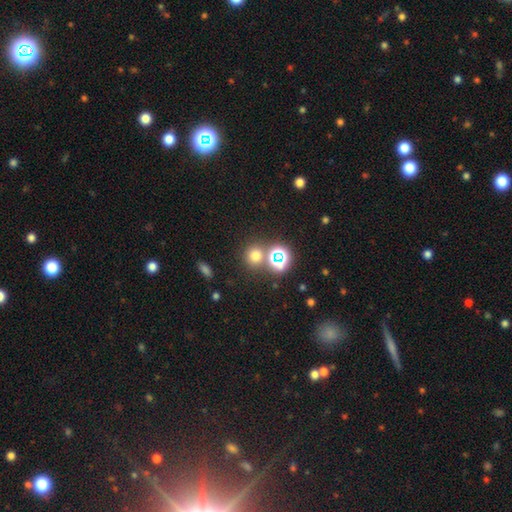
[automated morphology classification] Smooth or featured? smooth (66%)
How rounded? round (88%)
Merging? none (72%)